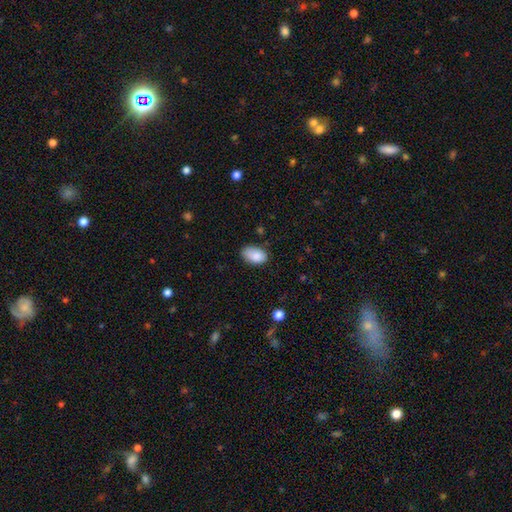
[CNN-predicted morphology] Overall: smooth (86%). How rounded: in between (92%). Merging: none (70%).